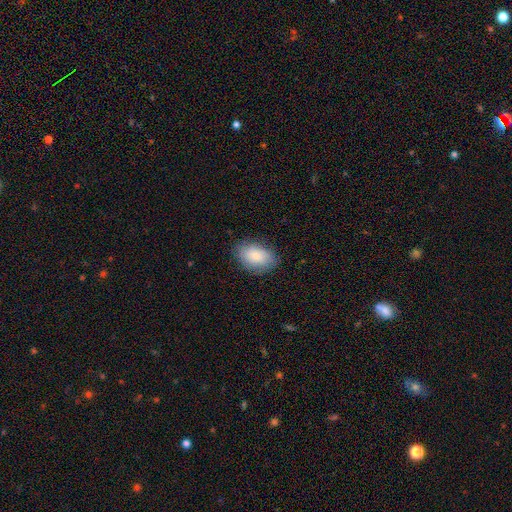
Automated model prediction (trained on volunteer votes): This is clearly a smooth galaxy (84%). How rounded: clearly in between (89%). Merging: clearly none (80%).